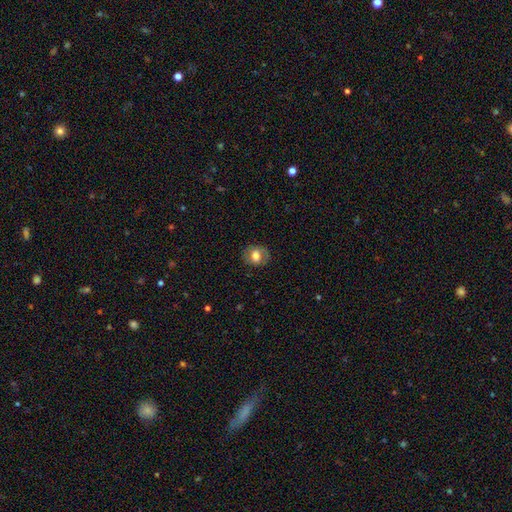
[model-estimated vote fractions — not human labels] smooth-or-featured: smooth: 64% | featured or disk: 28% | star or artifact: 9%
  how-rounded: round: 57% | in between: 42% | cigar-shaped: 1%
  merging: none: 80% | minor disturbance: 14% | major disturbance: 5% | merger: 1%